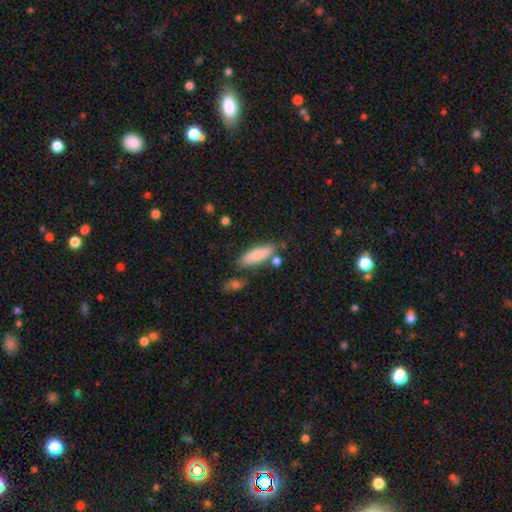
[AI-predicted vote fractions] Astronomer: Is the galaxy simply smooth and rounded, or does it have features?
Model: smooth — 78%.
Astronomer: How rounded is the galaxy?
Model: in between — 57% (runner-up: cigar-shaped, 41%).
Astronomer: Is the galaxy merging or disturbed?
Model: none — 69%.